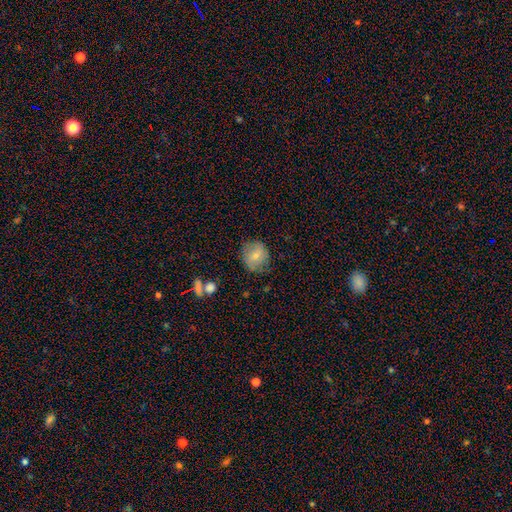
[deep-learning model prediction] Smooth or featured?
  - smooth: 73% *
  - featured or disk: 18%
  - star or artifact: 8%
How rounded?
  - round: 80% *
  - in between: 19%
  - cigar-shaped: 1%
Merging?
  - none: 73% *
  - minor disturbance: 19%
  - major disturbance: 6%
  - merger: 2%